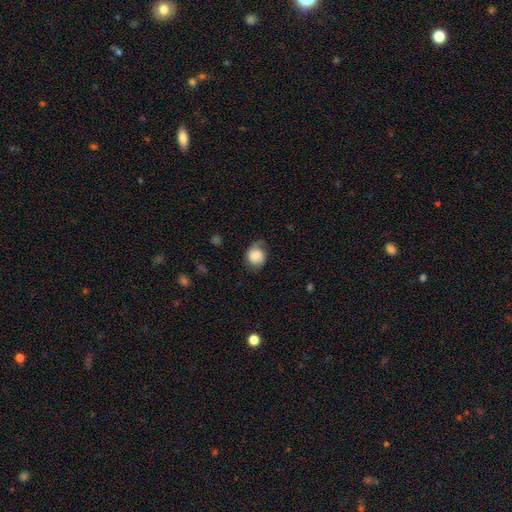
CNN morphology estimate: Q: Smooth or featured?
A: smooth (62%); runner-up: featured or disk (30%)
Q: How rounded?
A: round (60%); runner-up: in between (39%)
Q: Merging?
A: none (55%); runner-up: minor disturbance (30%)